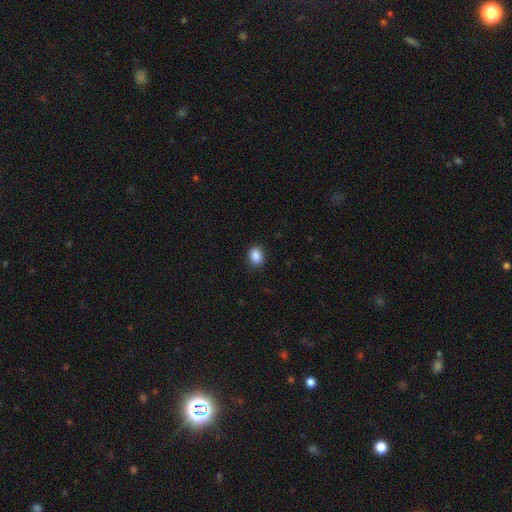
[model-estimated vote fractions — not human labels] Morphology: type=smooth (87%); roundness=round (52%); merging=none (88%).